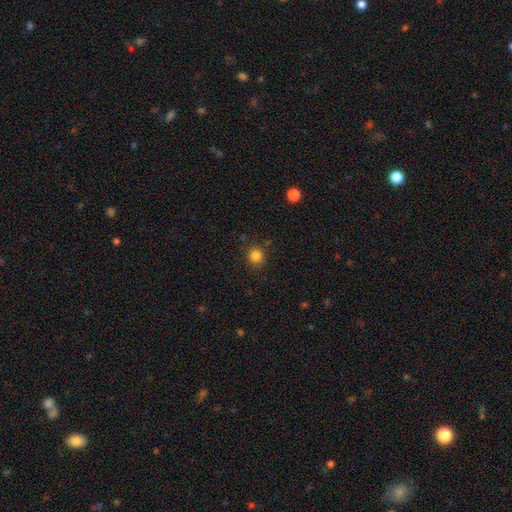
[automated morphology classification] A smooth galaxy with no disk features (83%) that is round (89%).

Vote fractions:
- Smooth or featured? smooth: 83% / star or artifact: 13% / featured or disk: 4%
- How rounded? round: 89% / in between: 10% / cigar-shaped: 1%
- Merging? none: 87% / minor disturbance: 8% / major disturbance: 3% / merger: 2%